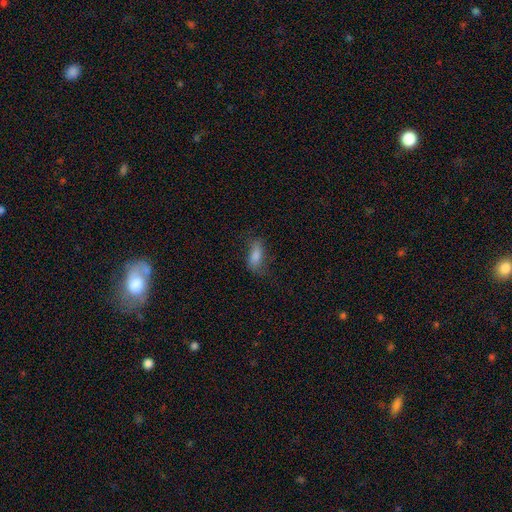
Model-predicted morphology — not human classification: Smooth or featured? Predicted: smooth (p=0.73). How rounded? Predicted: in between (p=0.73). Merging? Predicted: none (p=0.64).